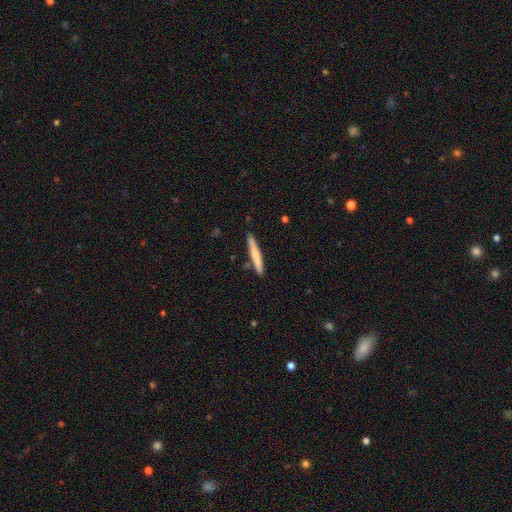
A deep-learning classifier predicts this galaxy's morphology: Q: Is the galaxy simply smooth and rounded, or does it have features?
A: smooth — 66%.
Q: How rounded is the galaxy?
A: cigar-shaped — 96%.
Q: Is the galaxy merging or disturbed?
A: none — 87%.